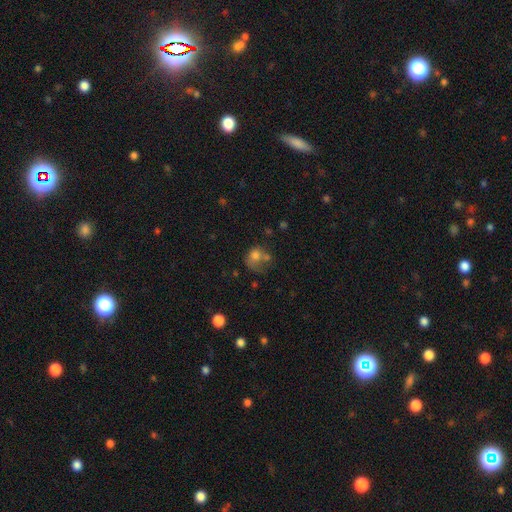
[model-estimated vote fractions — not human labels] Morphology: type=smooth (68%); roundness=round (65%); merging=none (28%).